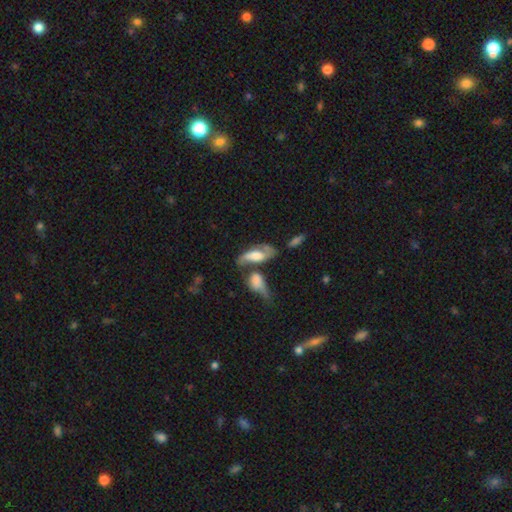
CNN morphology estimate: smooth-or-featured: featured or disk: 60% | smooth: 32% | star or artifact: 8%
  disk-edge-on: no: 81% | yes: 19%
  merging: none: 37% | merger: 33% | minor disturbance: 17% | major disturbance: 13%